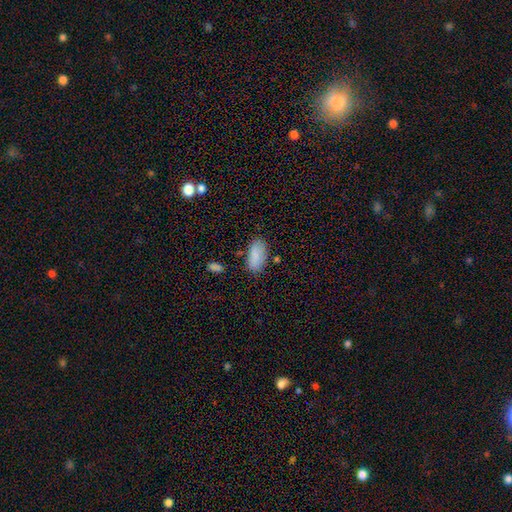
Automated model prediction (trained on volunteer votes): Smooth or featured: smooth — 86% (star or artifact — 8%)
How rounded: in between — 93% (cigar-shaped — 5%)
Merging: none — 75% (minor disturbance — 16%)